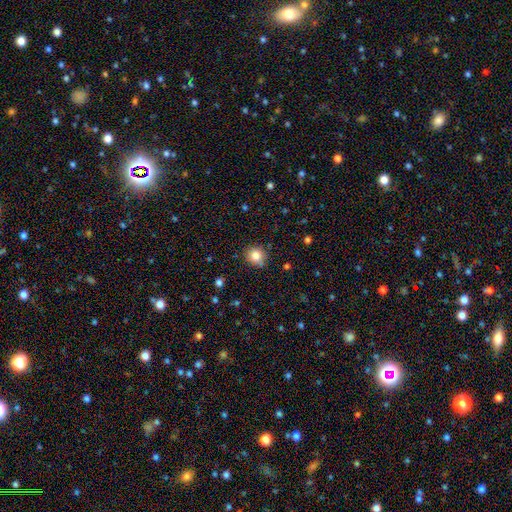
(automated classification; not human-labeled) smooth-or-featured: smooth: 83% | star or artifact: 11% | featured or disk: 6%
  how-rounded: round: 88% | in between: 11% | cigar-shaped: 1%
  merging: none: 84% | minor disturbance: 12% | major disturbance: 3% | merger: 2%